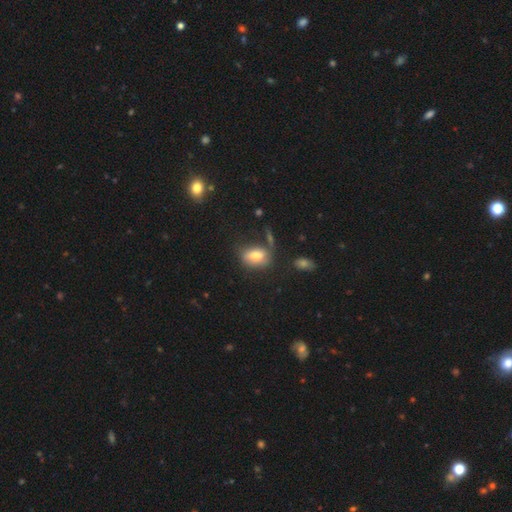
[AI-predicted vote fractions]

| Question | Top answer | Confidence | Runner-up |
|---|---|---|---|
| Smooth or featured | smooth | 76% | featured or disk (14%) |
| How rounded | in between | 80% | round (17%) |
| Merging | none | 54% | minor disturbance (23%) |